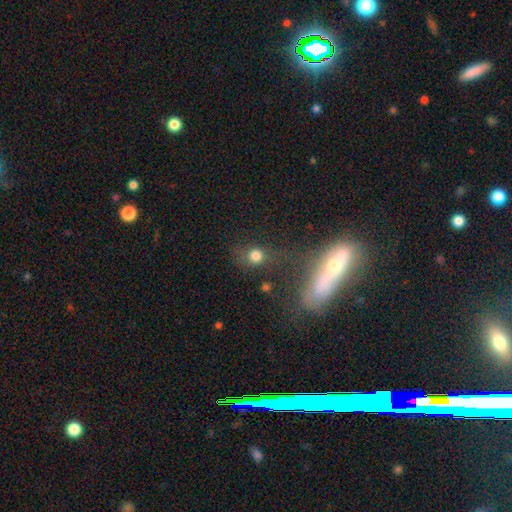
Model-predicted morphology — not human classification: A smooth galaxy with no disk features (74%) that is round (82%). Merging: none (67%).